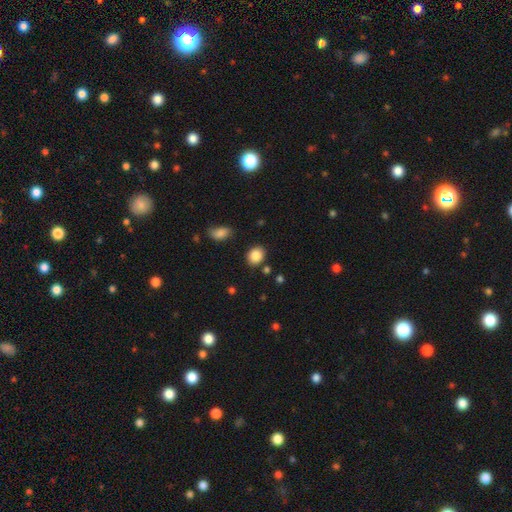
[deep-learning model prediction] A smooth galaxy with no disk features (86%) that is round (60%). Merging: none (84%).